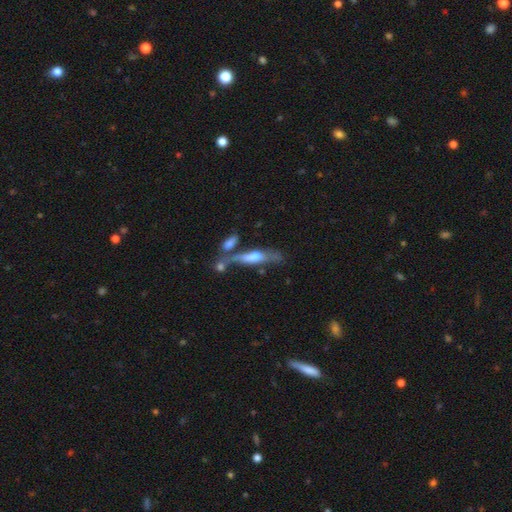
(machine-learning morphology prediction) Smooth or featured? Predicted: featured or disk (p=0.53). Edge-on disk? Predicted: yes (p=0.82). Merging? Predicted: none (p=0.47).